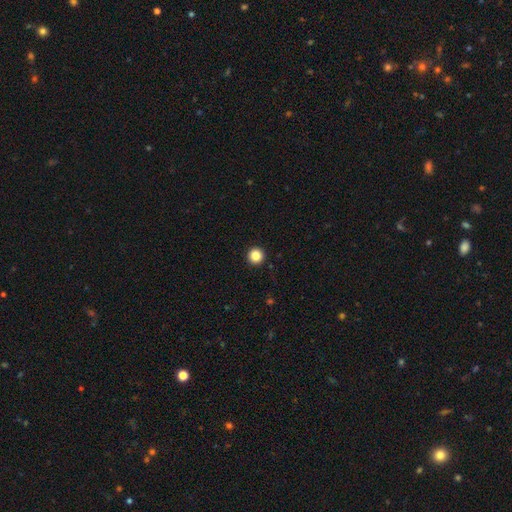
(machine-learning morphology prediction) Smooth or featured? smooth (86%)
How rounded? round (96%)
Merging? none (94%)